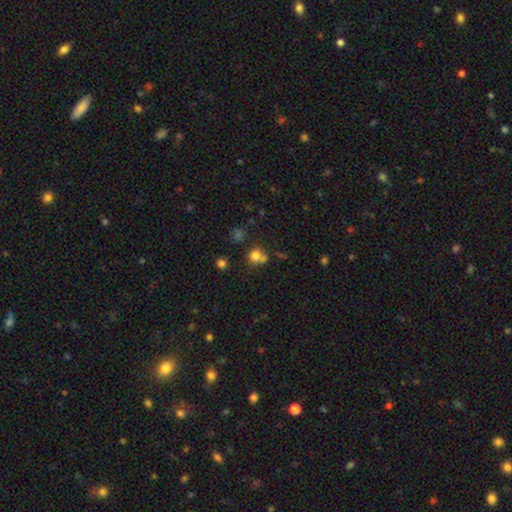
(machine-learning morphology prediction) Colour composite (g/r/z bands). It shows a smooth galaxy with no disk features (77%) that is round (84%). Merging: none (53%).